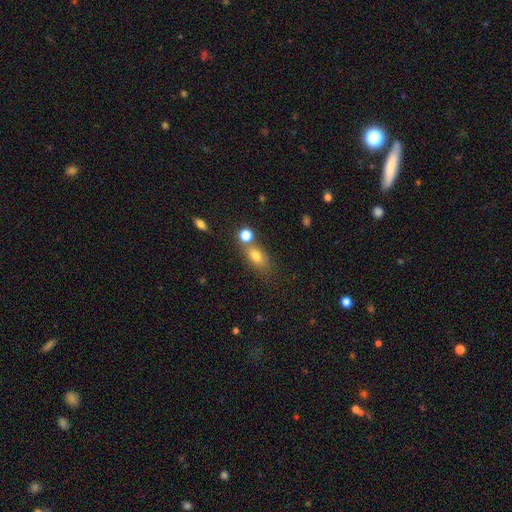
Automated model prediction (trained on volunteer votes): Smooth or featured?
  - smooth: 75% *
  - star or artifact: 13%
  - featured or disk: 12%
How rounded?
  - in between: 72% *
  - round: 22%
  - cigar-shaped: 7%
Merging?
  - none: 53% *
  - merger: 26%
  - minor disturbance: 15%
  - major disturbance: 6%